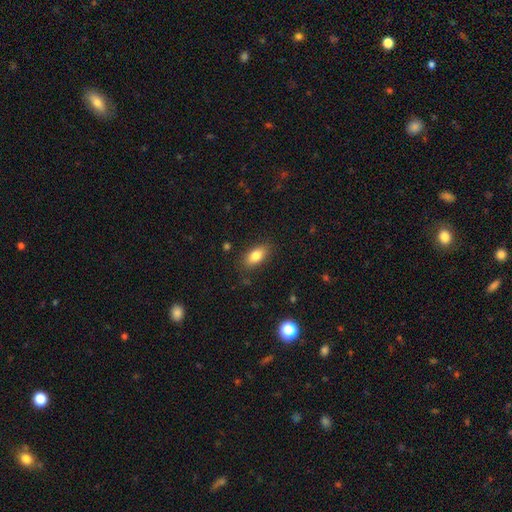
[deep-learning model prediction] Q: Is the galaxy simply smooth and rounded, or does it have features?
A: smooth — 82%.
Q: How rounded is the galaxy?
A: in between — 88%.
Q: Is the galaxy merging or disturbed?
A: none — 84%.